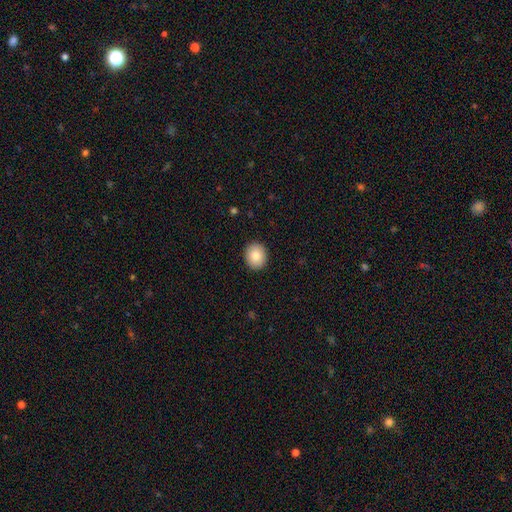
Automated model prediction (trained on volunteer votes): This is clearly a smooth galaxy (85%). How rounded: likely round (67%). Merging: clearly none (91%).